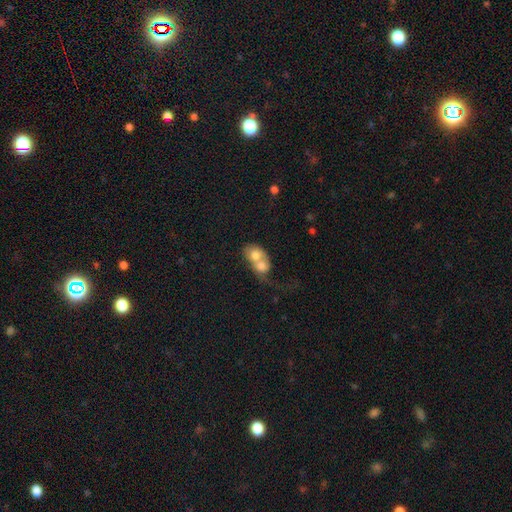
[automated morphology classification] A smooth galaxy with no disk features (64%) that is in between round and cigar-shaped (51%).

Vote fractions:
- Smooth or featured? smooth: 64% / featured or disk: 29% / star or artifact: 7%
- How rounded? in between: 51% / round: 47% / cigar-shaped: 2%
- Merging? merger: 82% / none: 9% / major disturbance: 6% / minor disturbance: 4%